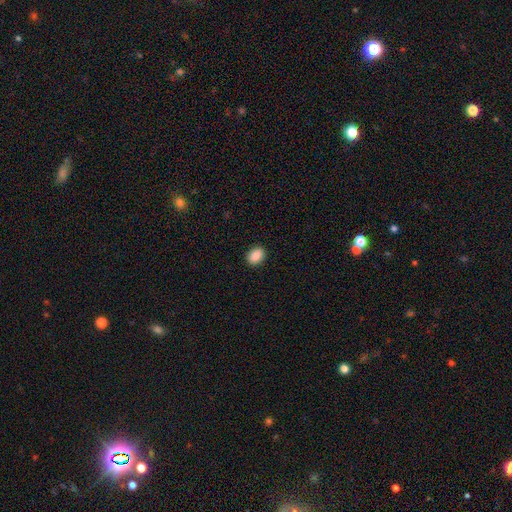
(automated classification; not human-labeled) Smooth or featured?
  - smooth: 88% *
  - star or artifact: 8%
  - featured or disk: 4%
How rounded?
  - in between: 69% *
  - round: 30%
  - cigar-shaped: 1%
Merging?
  - none: 91% *
  - minor disturbance: 6%
  - major disturbance: 2%
  - merger: 1%